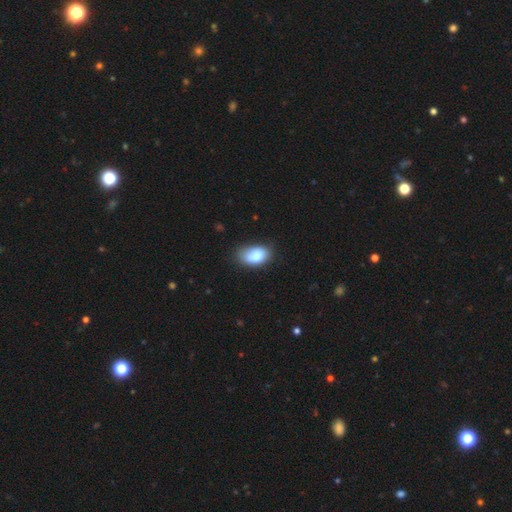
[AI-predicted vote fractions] A smooth galaxy with no disk features (86%) that is in between round and cigar-shaped (91%).

Vote fractions:
- Smooth or featured? smooth: 86% / star or artifact: 7% / featured or disk: 6%
- How rounded? in between: 91% / round: 7% / cigar-shaped: 1%
- Merging? none: 66% / minor disturbance: 26% / major disturbance: 5% / merger: 2%